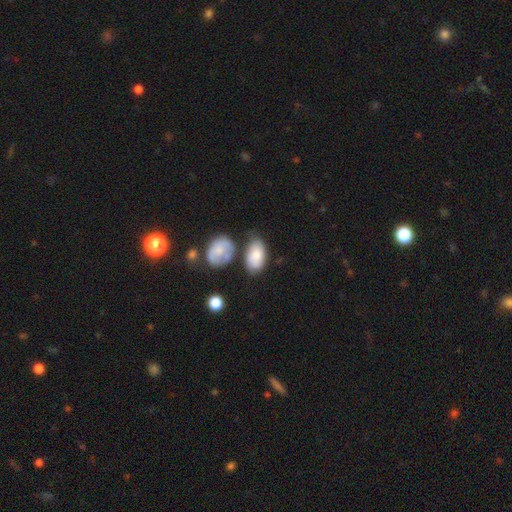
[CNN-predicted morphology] This appears to be a smooth galaxy with no disk features (80%) that is in between round and cigar-shaped (92%). Merging: none (52%).